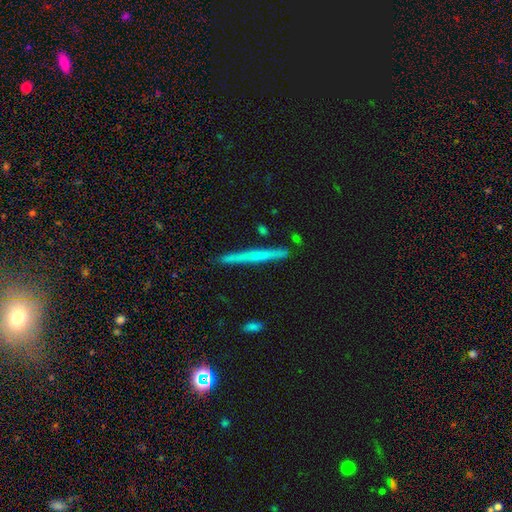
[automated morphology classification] Overall: smooth (48%; featured or disk 45%). Merging: none (88%).